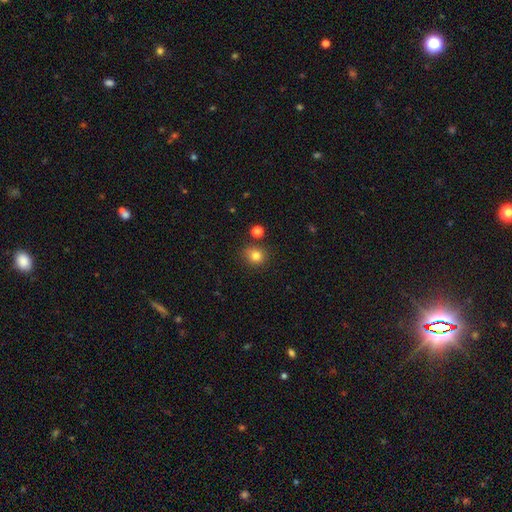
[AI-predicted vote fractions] Overall: smooth (81%). How rounded: round (83%). Merging: none (82%).